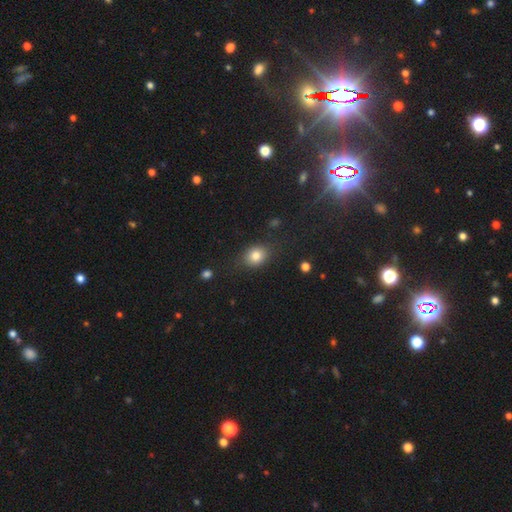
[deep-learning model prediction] Morphology: type=smooth (81%); roundness=round (50%); merging=none (77%).